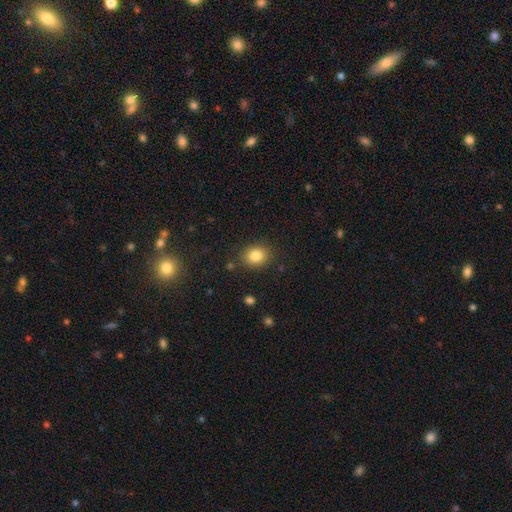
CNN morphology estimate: smooth-or-featured: smooth: 84% | star or artifact: 10% | featured or disk: 6%
  how-rounded: round: 54% | in between: 45% | cigar-shaped: 1%
  merging: none: 85% | minor disturbance: 10% | major disturbance: 3% | merger: 2%